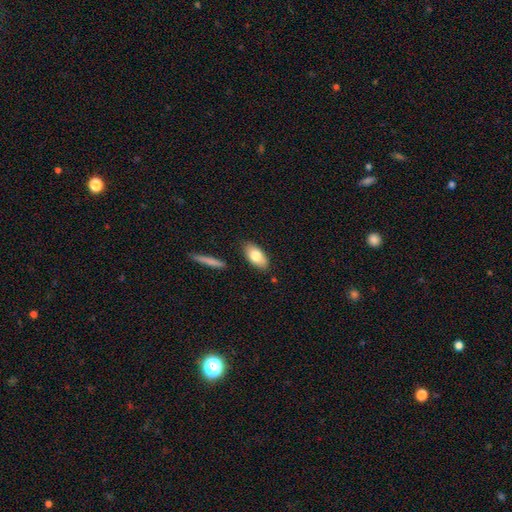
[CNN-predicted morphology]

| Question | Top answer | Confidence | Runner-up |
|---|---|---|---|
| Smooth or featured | smooth | 78% | featured or disk (15%) |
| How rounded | in between | 90% | cigar-shaped (7%) |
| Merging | none | 84% | minor disturbance (11%) |